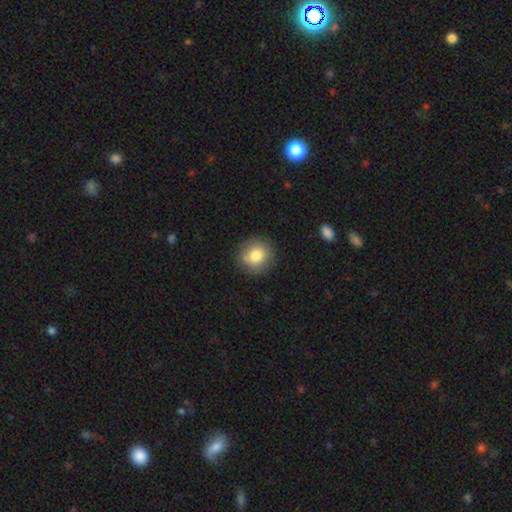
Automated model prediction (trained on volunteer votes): This appears to be a smooth galaxy with no disk features (80%) that is round (90%). Merging: none (85%).